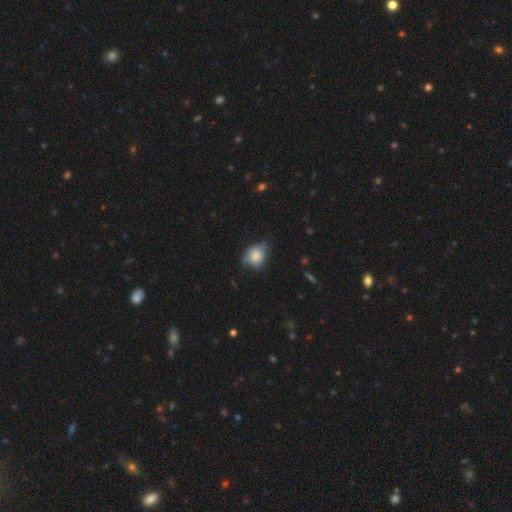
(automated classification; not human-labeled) Smooth or featured? smooth (79%)
How rounded? round (62%)
Merging? none (53%)